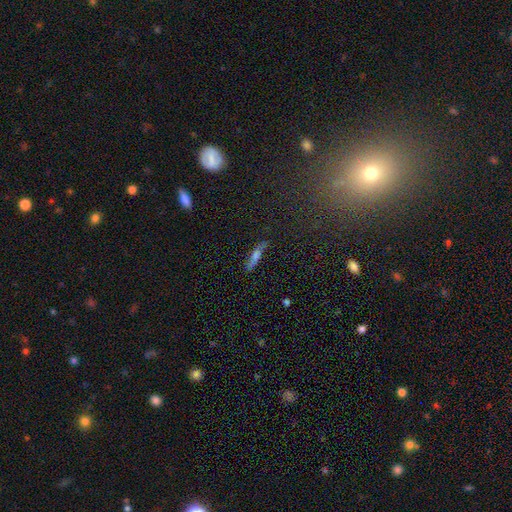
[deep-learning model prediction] Smooth or featured: smooth — 48% (featured or disk — 41%)
Merging: none — 78% (minor disturbance — 16%)